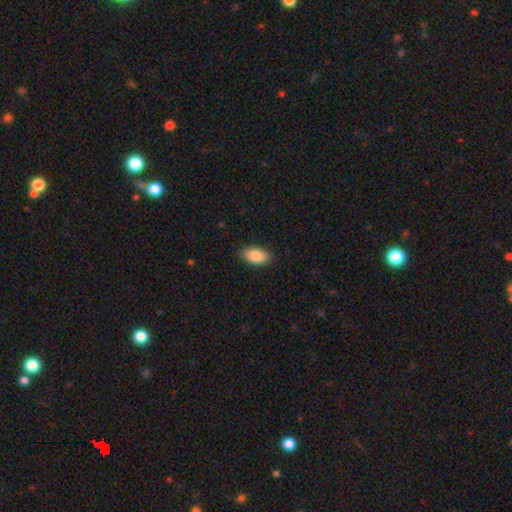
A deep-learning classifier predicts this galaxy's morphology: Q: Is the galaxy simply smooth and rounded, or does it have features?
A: smooth — 88%.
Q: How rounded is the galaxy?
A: in between — 94%.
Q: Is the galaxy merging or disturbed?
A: none — 88%.